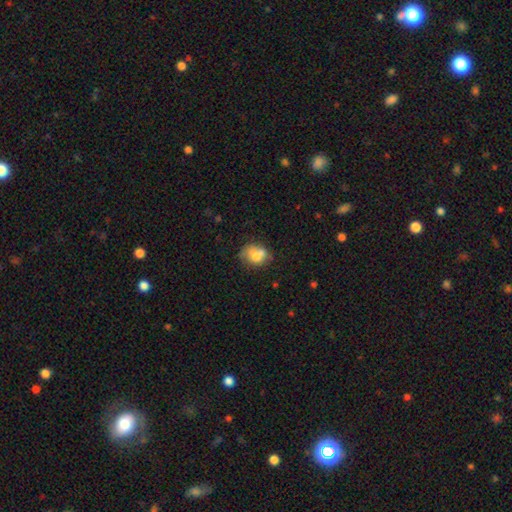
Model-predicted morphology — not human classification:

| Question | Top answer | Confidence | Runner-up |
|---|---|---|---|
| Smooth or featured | smooth | 67% | featured or disk (23%) |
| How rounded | round | 55% | in between (44%) |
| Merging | none | 41% | merger (30%) |